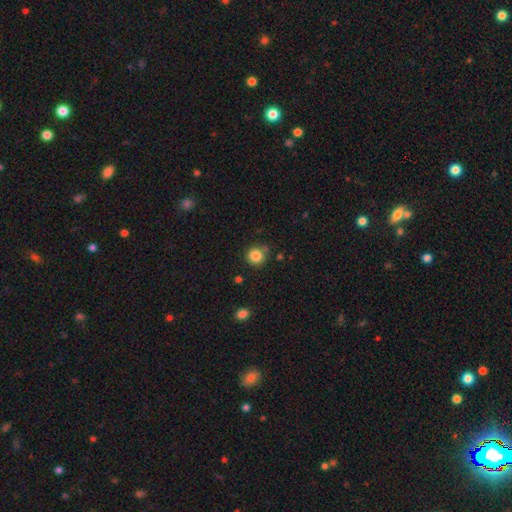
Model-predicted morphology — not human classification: A smooth galaxy with no disk features (85%) that is round (92%).

Vote fractions:
- Smooth or featured? smooth: 85% / star or artifact: 11% / featured or disk: 4%
- How rounded? round: 92% / in between: 8% / cigar-shaped: 1%
- Merging? none: 78% / minor disturbance: 12% / merger: 6% / major disturbance: 3%